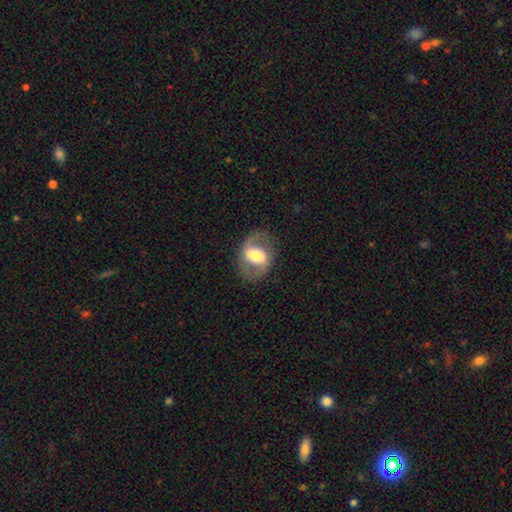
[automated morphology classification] Overall: featured or disk (72%). Edge-on disk: no (96%). Bar: weak (41%; strong 36%). Spiral arms: yes (84%). Spiral arm count: 2 (89%). Spiral winding: medium (49%; loose 36%). Bulge size: moderate (51%; large 31%). Merging: none (78%).